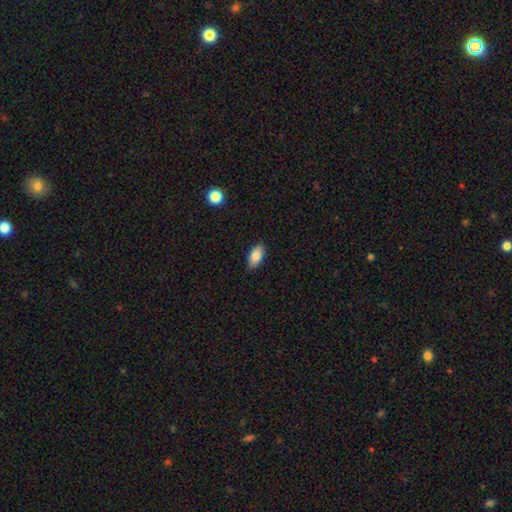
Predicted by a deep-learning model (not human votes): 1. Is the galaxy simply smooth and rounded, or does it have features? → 85% smooth, 8% featured or disk, 7% star or artifact.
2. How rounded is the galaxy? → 92% in between, 4% cigar-shaped, 4% round.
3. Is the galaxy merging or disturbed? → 87% none, 10% minor disturbance, 2% major disturbance, 1% merger.